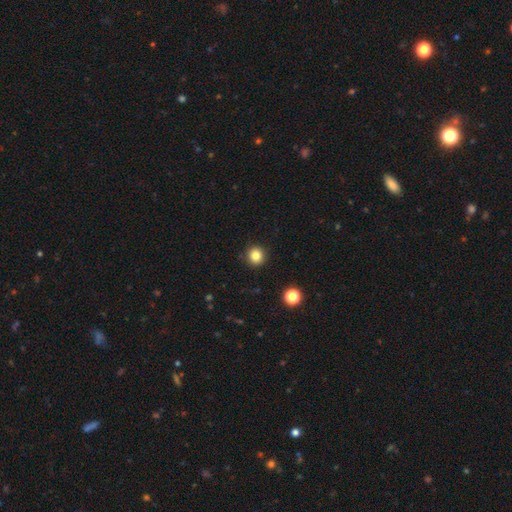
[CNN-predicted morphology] type=smooth (83%); roundness=round (94%); merging=none (92%).